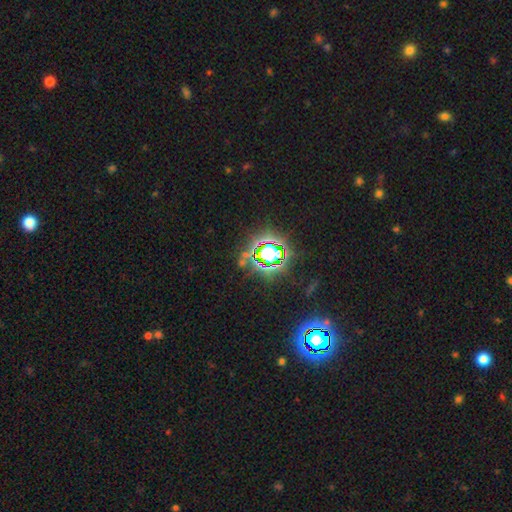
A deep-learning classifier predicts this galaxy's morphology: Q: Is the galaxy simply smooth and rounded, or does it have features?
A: star or artifact — 78%.